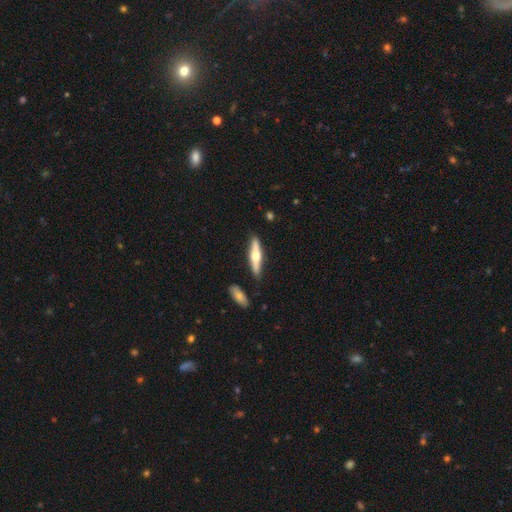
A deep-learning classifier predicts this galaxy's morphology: The model was most divided on "smooth or featured": featured or disk: 60%, smooth: 35%, star or artifact: 5%. More confident: edge-on disk — yes (95%); edge-on bulge — rounded (94%); merging — none (87%).